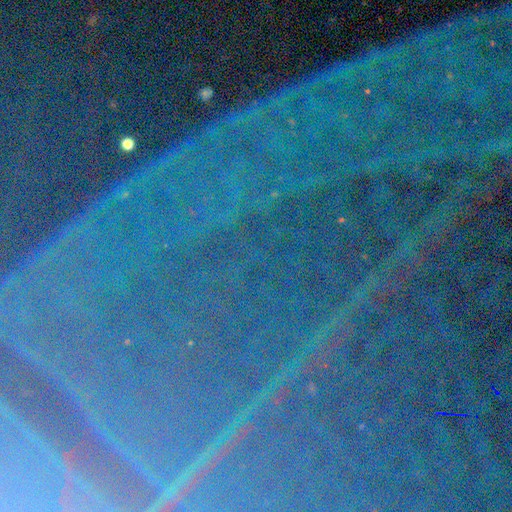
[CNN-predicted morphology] smooth-or-featured: star or artifact: 89% | featured or disk: 6% | smooth: 5%